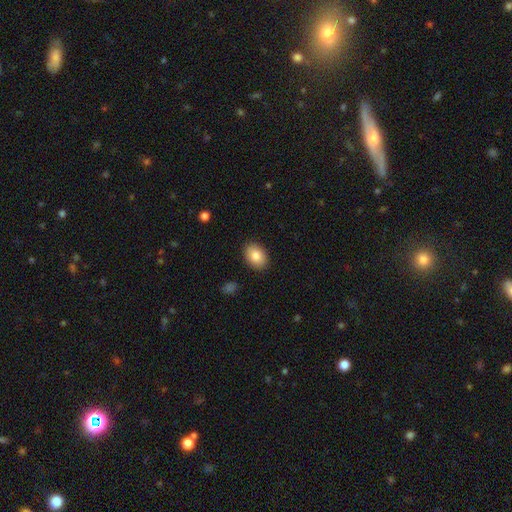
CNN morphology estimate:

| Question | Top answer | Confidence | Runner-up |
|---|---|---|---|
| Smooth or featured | smooth | 85% | featured or disk (8%) |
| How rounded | in between | 81% | round (18%) |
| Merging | none | 89% | minor disturbance (8%) |